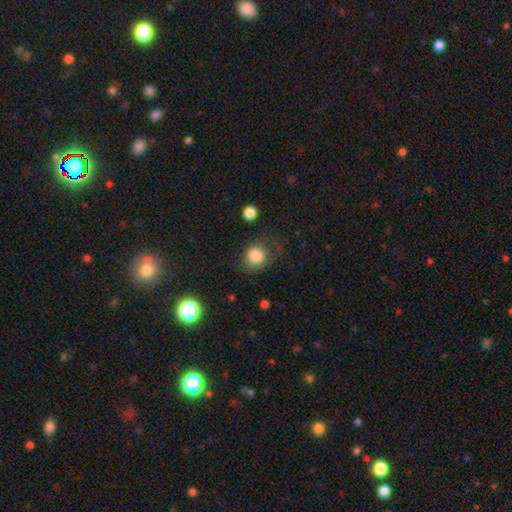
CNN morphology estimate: Smooth or featured? smooth (83%)
How rounded? round (75%)
Merging? none (66%)